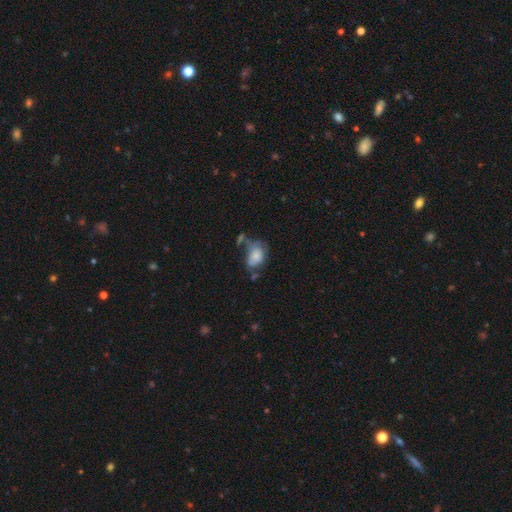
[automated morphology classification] type=smooth (72%); roundness=in between (81%); merging=none (30%).